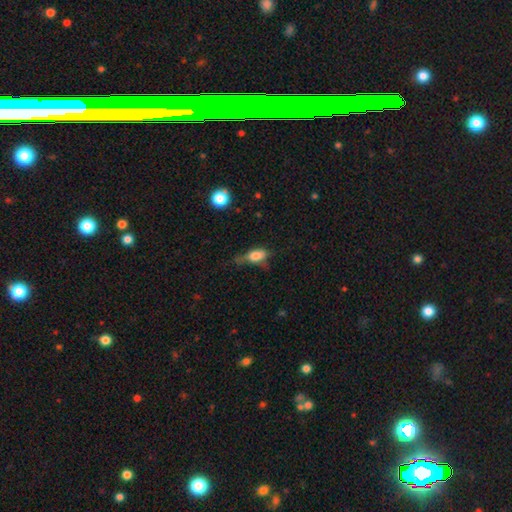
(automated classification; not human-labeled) Smooth or featured?
  - smooth: 74% *
  - featured or disk: 17%
  - star or artifact: 9%
How rounded?
  - in between: 77% *
  - cigar-shaped: 16%
  - round: 6%
Merging?
  - none: 36% *
  - minor disturbance: 35%
  - major disturbance: 25%
  - merger: 4%